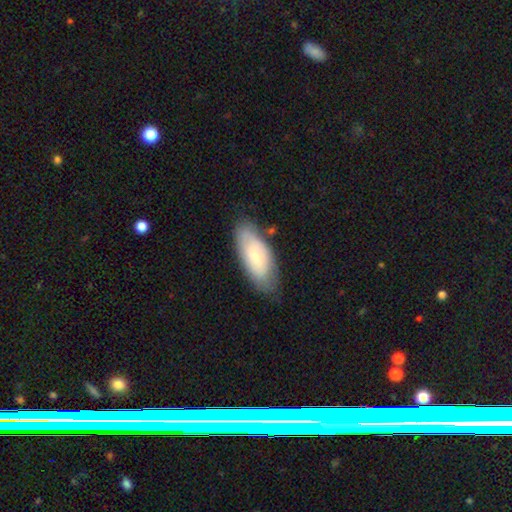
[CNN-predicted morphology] A smooth galaxy with no disk features (67%) that is in between round and cigar-shaped (84%).

Vote fractions:
- Smooth or featured? smooth: 67% / featured or disk: 27% / star or artifact: 6%
- How rounded? in between: 84% / cigar-shaped: 14% / round: 2%
- Merging? none: 71% / minor disturbance: 22% / major disturbance: 5% / merger: 2%